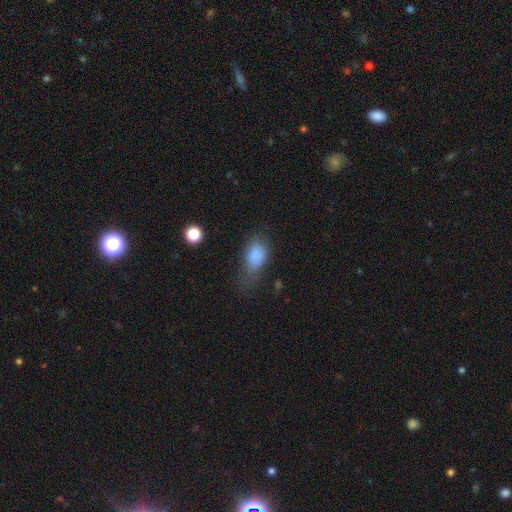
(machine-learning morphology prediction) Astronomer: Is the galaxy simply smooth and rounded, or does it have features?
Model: smooth — 81%.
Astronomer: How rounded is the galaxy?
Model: in between — 86%.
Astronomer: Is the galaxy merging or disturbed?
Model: minor disturbance — 35% (runner-up: none, 33%).